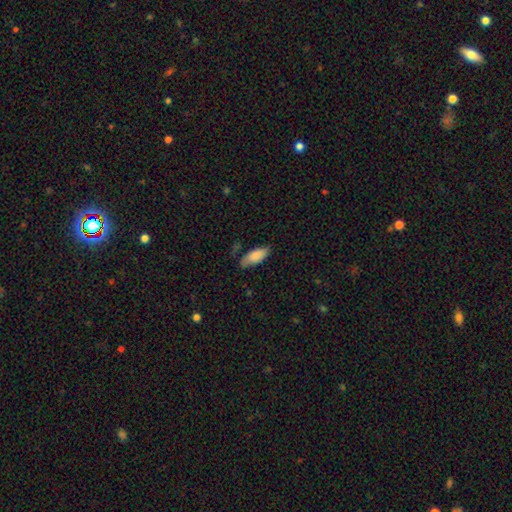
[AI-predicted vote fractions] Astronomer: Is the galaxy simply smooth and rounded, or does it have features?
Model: smooth — 85%.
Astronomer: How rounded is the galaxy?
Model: in between — 80%.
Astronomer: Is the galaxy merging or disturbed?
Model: none — 72%.